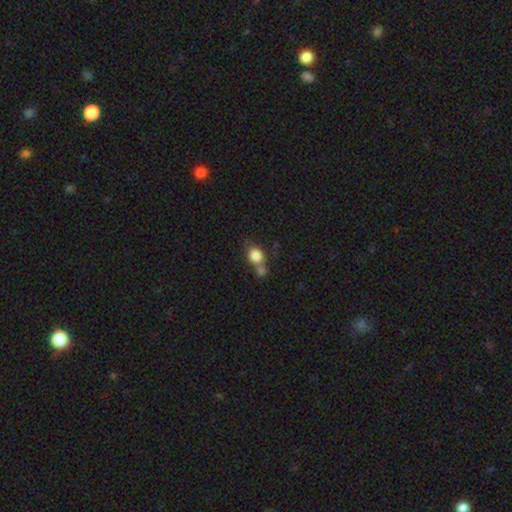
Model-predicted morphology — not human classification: smooth 84%, star or artifact 9%, featured or disk 7%. Down the decision tree: how rounded — in between (51%); merging — none (43%).